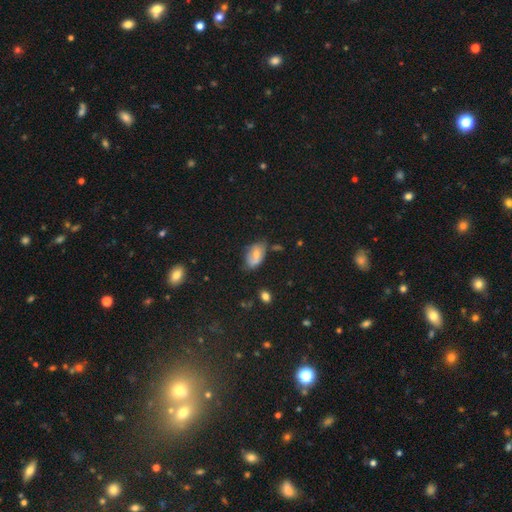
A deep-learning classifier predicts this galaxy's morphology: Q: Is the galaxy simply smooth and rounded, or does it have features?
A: smooth — 65%.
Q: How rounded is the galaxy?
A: in between — 91%.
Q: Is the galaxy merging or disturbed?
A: none — 50%.